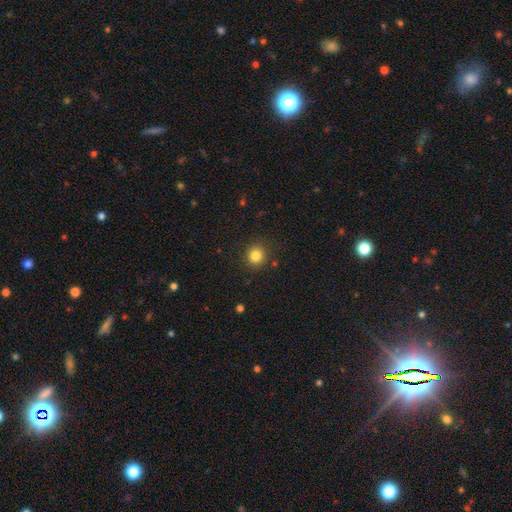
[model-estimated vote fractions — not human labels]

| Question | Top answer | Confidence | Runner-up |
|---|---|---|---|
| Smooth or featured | smooth | 83% | star or artifact (12%) |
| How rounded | round | 91% | in between (9%) |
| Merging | none | 89% | minor disturbance (7%) |